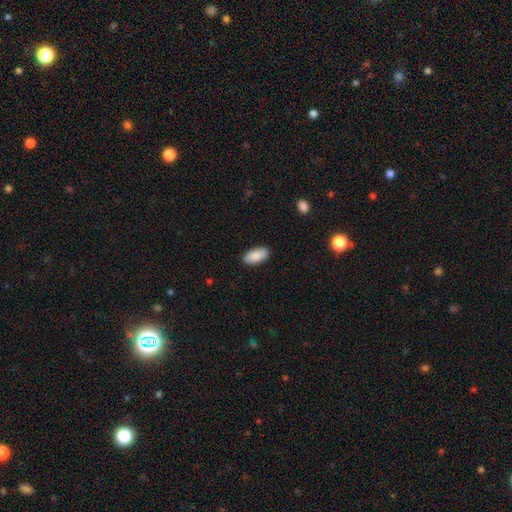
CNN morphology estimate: smooth-or-featured: smooth: 90% | star or artifact: 6% | featured or disk: 4%
  how-rounded: in between: 94% | cigar-shaped: 4% | round: 2%
  merging: none: 89% | minor disturbance: 8% | major disturbance: 2% | merger: 1%